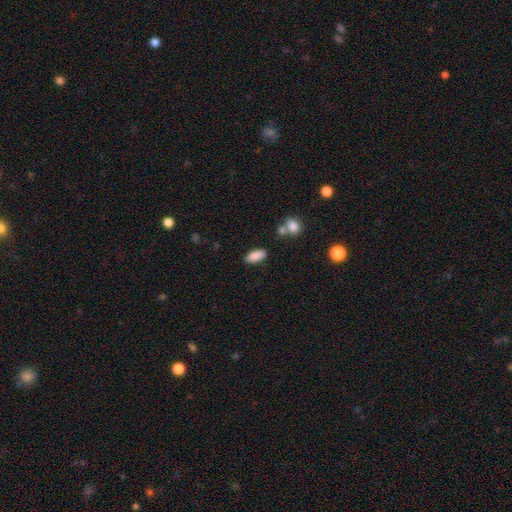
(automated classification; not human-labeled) A smooth galaxy with no disk features (88%) that is in between round and cigar-shaped (89%).

Vote fractions:
- Smooth or featured? smooth: 88% / star or artifact: 8% / featured or disk: 4%
- How rounded? in between: 89% / cigar-shaped: 8% / round: 3%
- Merging? none: 82% / minor disturbance: 10% / merger: 5% / major disturbance: 3%